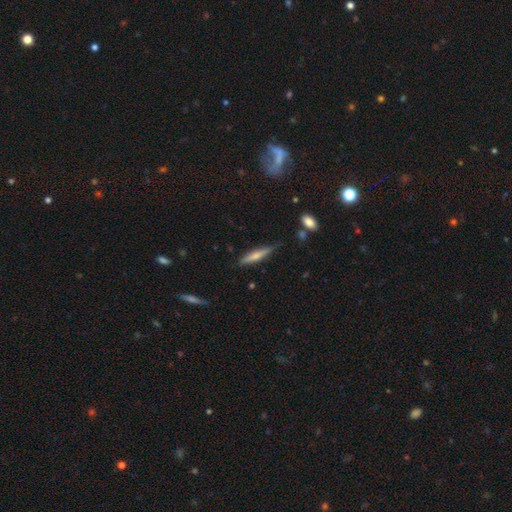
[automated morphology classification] Overall: smooth (61%; featured or disk 33%). How rounded: cigar-shaped (88%). Merging: none (81%).